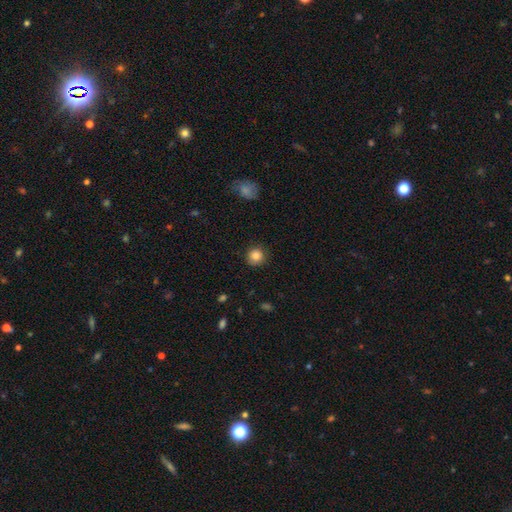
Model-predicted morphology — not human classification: type=smooth (85%); roundness=round (91%); merging=none (87%).